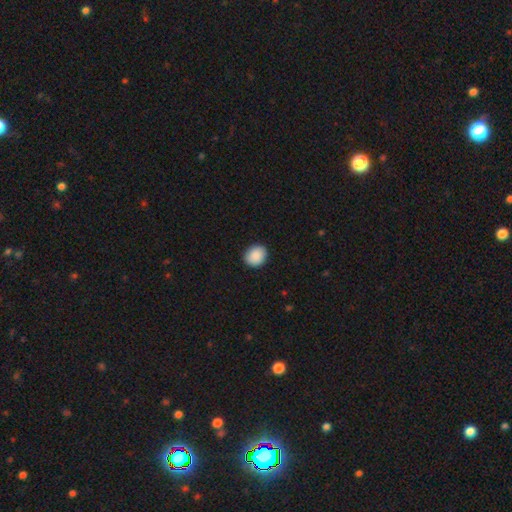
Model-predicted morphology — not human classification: smooth 90%, star or artifact 7%, featured or disk 3%. Down the decision tree: how rounded — round (66%); merging — none (90%).